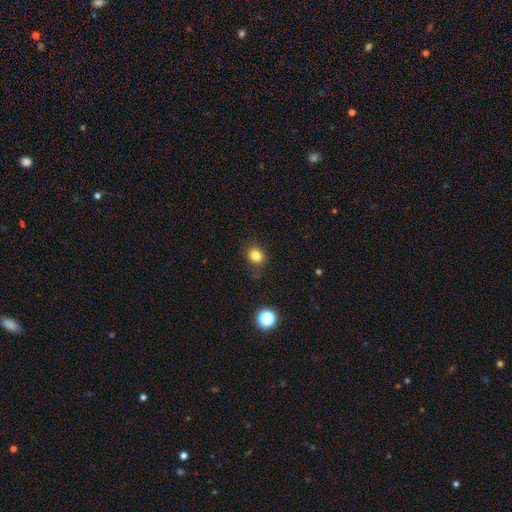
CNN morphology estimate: smooth 82%, star or artifact 13%, featured or disk 5%. Down the decision tree: how rounded — round (65%); merging — none (83%).